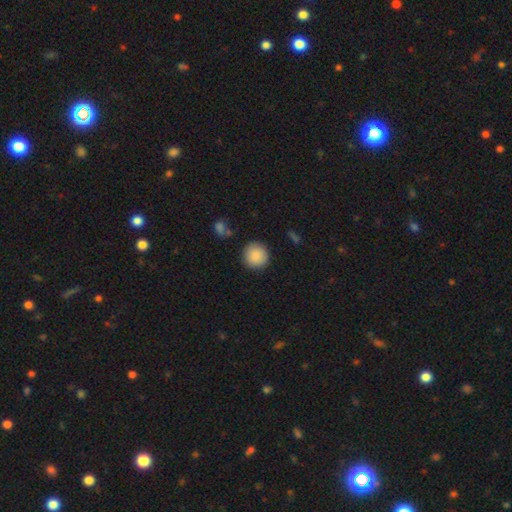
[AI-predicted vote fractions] A smooth galaxy with no disk features (89%) that is round (94%). Merging: none (89%).